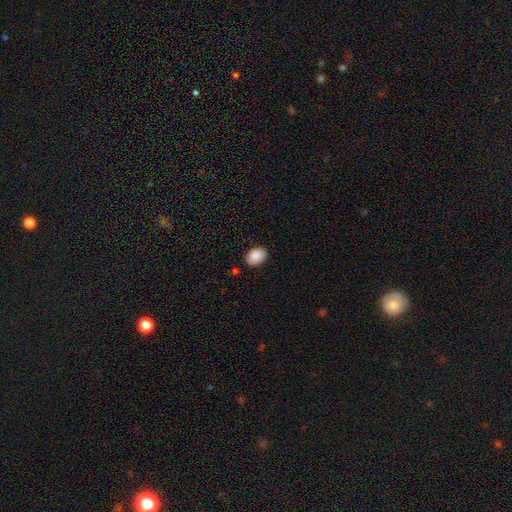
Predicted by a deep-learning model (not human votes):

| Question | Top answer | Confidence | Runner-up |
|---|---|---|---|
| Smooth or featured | smooth | 88% | star or artifact (7%) |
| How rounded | in between | 80% | round (19%) |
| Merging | none | 83% | minor disturbance (13%) |